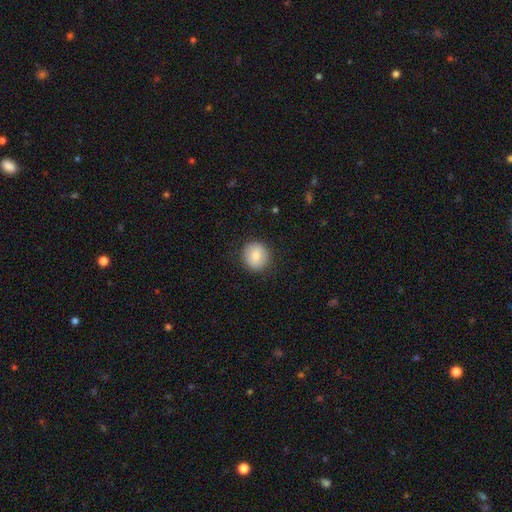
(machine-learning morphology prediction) smooth-or-featured: smooth: 82% | featured or disk: 11% | star or artifact: 8%
  how-rounded: round: 87% | in between: 12% | cigar-shaped: 1%
  merging: none: 88% | minor disturbance: 8% | major disturbance: 3% | merger: 1%